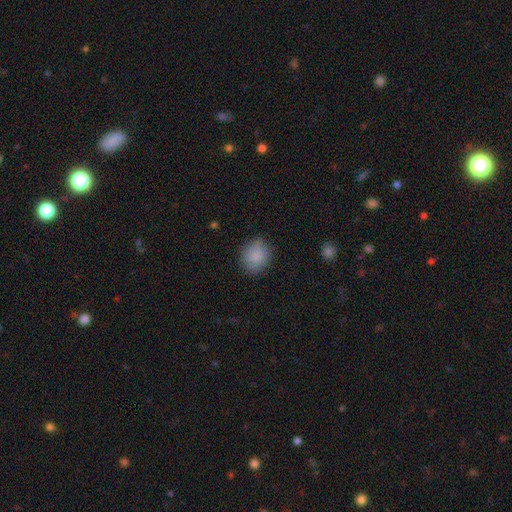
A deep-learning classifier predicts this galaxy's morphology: The model was most divided on "how rounded": round: 66%, in between: 33%, cigar-shaped: 1%. More confident: smooth or featured — smooth (87%); merging — none (83%).